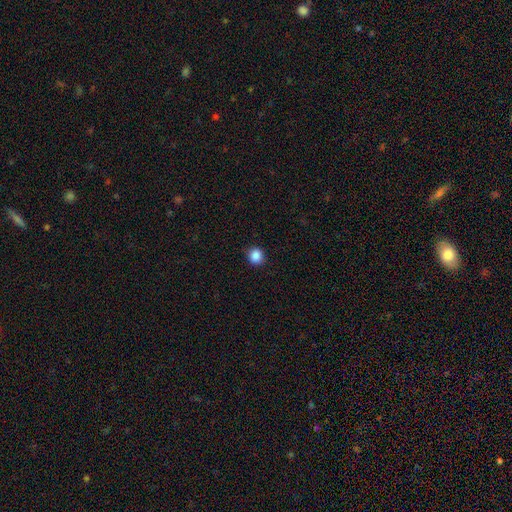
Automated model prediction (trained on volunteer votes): A smooth galaxy with no disk features (87%) that is round (88%).

Vote fractions:
- Smooth or featured? smooth: 87% / star or artifact: 10% / featured or disk: 3%
- How rounded? round: 88% / in between: 11% / cigar-shaped: 1%
- Merging? none: 90% / minor disturbance: 7% / major disturbance: 2% / merger: 1%